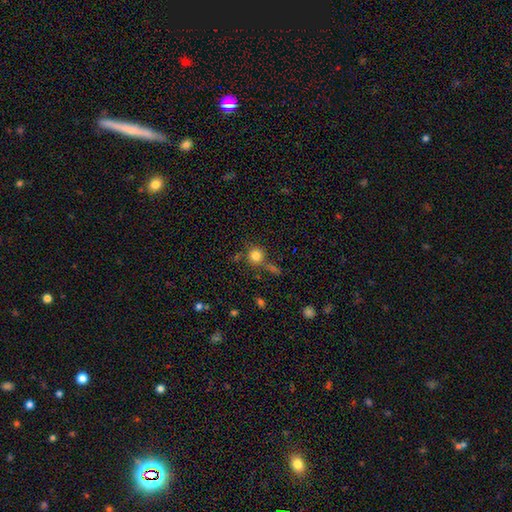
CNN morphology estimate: A smooth galaxy with no disk features (79%) that is round (91%).

Vote fractions:
- Smooth or featured? smooth: 79% / star or artifact: 13% / featured or disk: 9%
- How rounded? round: 91% / in between: 7% / cigar-shaped: 1%
- Merging? none: 64% / merger: 16% / minor disturbance: 13% / major disturbance: 7%